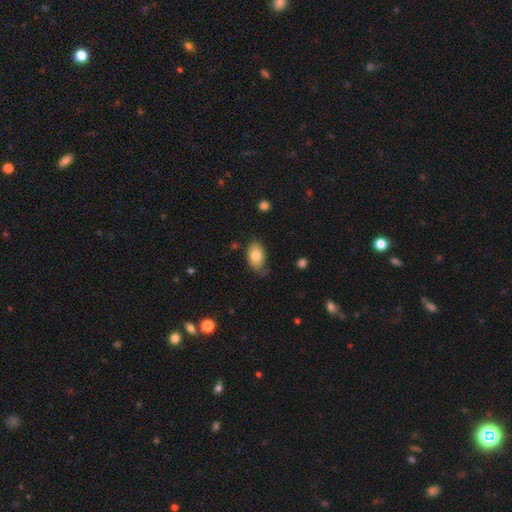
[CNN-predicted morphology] This appears to be a smooth galaxy with no disk features (81%) that is in between round and cigar-shaped (90%). Merging: none (75%).